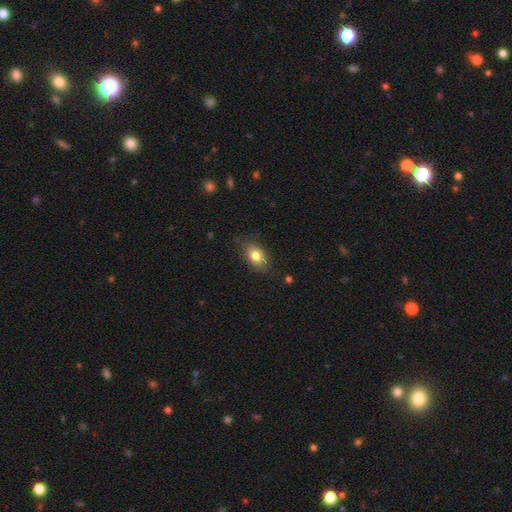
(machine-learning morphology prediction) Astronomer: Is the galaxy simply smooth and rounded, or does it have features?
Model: smooth — 82%.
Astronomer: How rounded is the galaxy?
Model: in between — 81%.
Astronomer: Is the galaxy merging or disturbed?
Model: none — 81%.